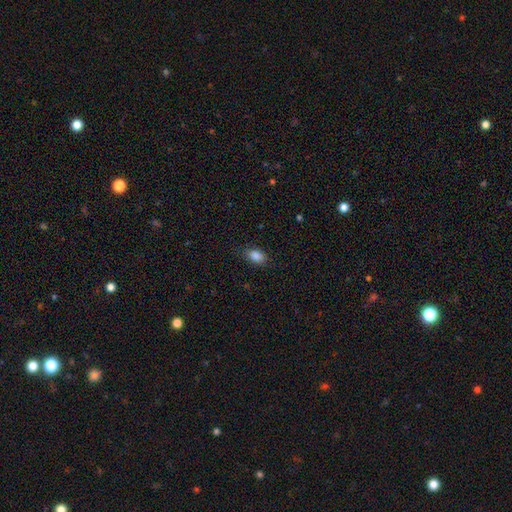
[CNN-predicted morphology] The model was most divided on "merging": none: 83%, minor disturbance: 13%, major disturbance: 3%, merger: 1%. More confident: how rounded — in between (87%); smooth or featured — smooth (86%).